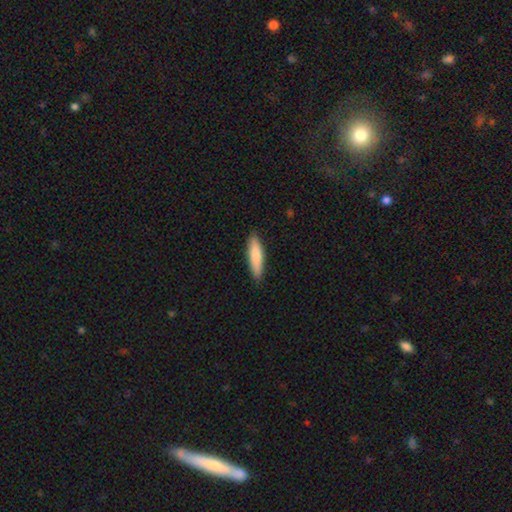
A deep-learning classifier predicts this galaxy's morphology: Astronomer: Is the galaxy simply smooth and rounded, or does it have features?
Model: smooth — 82%.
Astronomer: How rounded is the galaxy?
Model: cigar-shaped — 71%.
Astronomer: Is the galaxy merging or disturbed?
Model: none — 88%.